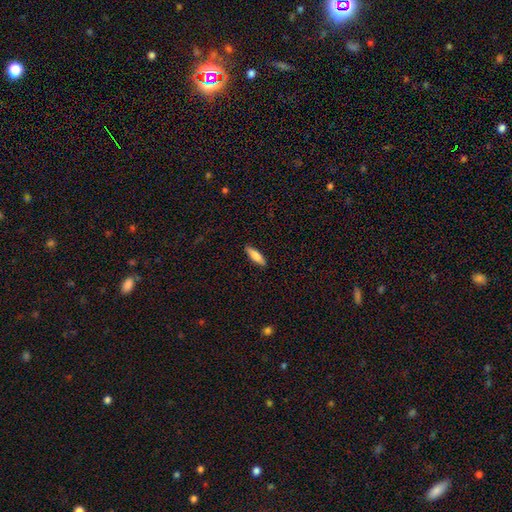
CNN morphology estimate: Smooth or featured? smooth (79%)
How rounded? cigar-shaped (60%)
Merging? none (90%)